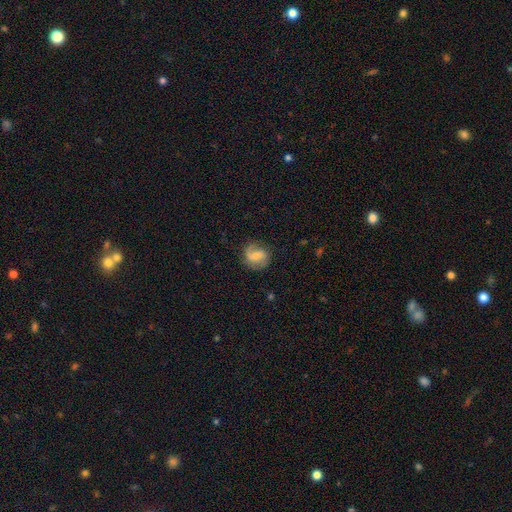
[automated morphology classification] The model was most divided on "spiral winding": medium: 44%, loose: 35%, tight: 21%. Remaining: edge-on disk — no (97%); spiral arms — yes (89%); spiral arm count — 2 (78%); merging — none (75%); smooth or featured — featured or disk (59%); bulge size — small (50%); bar — weak (48%).